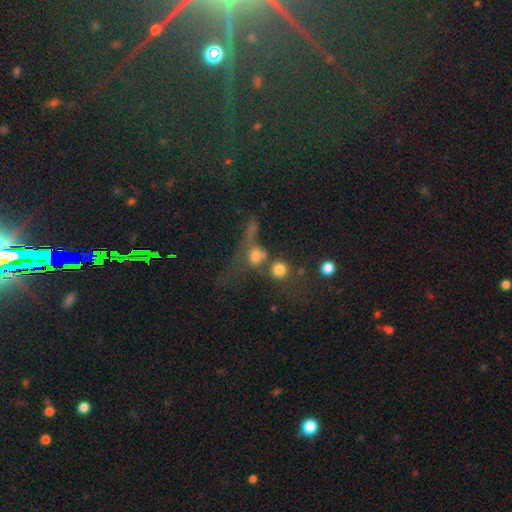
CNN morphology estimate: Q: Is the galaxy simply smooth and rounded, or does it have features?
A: smooth — 66%.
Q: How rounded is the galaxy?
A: round — 73%.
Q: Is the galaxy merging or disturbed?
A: merger — 38%.